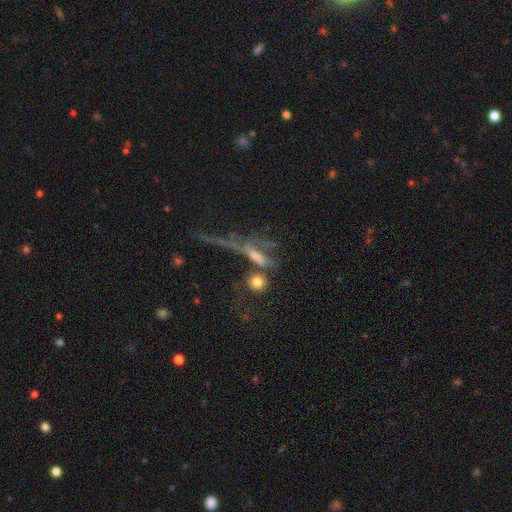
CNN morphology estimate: This is marginally a featured or disk galaxy (43%). Merging: marginally none (33%).